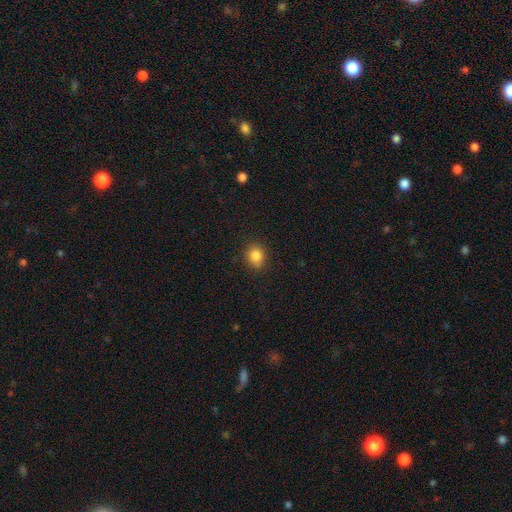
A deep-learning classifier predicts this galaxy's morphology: This is clearly a smooth galaxy (84%). How rounded: likely round (68%). Merging: clearly none (87%).